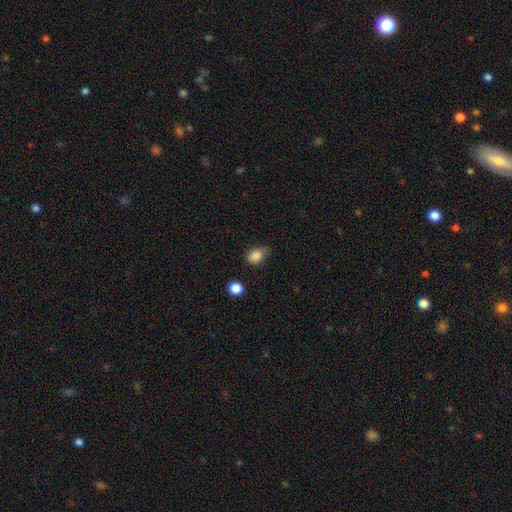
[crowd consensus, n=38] This is clearly a smooth galaxy (92%). How rounded: likely in between (74%). Merging: likely none (67%).